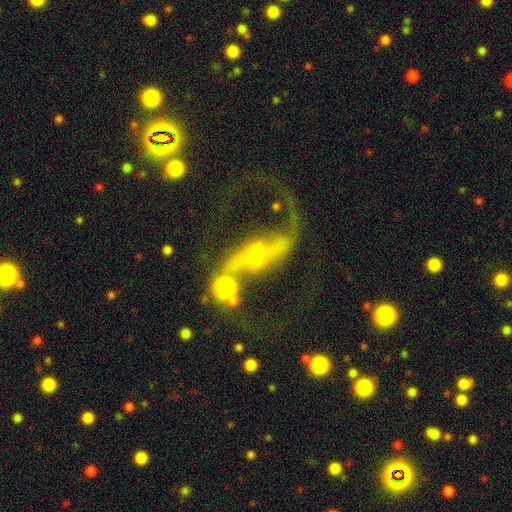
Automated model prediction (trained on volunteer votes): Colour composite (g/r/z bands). It shows a featured or disk galaxy (76%) with no bar (54%), 2 (88%) loose (89%) spiral arms (83%) and a moderate central bulge (49%). Merging: none (39%).